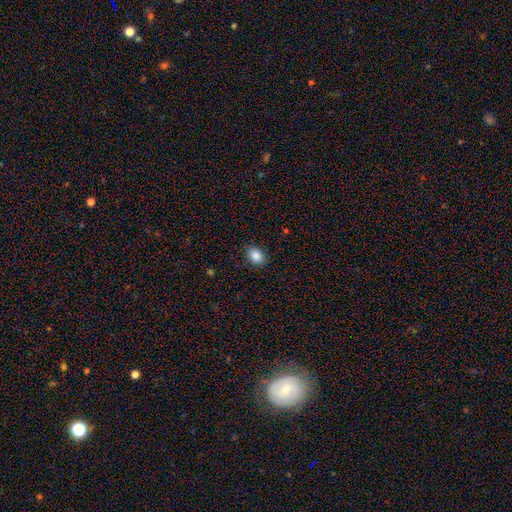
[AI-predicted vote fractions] The model was most divided on "how rounded": in between: 73%, round: 26%, cigar-shaped: 1%. More confident: merging — none (88%); smooth or featured — smooth (87%).